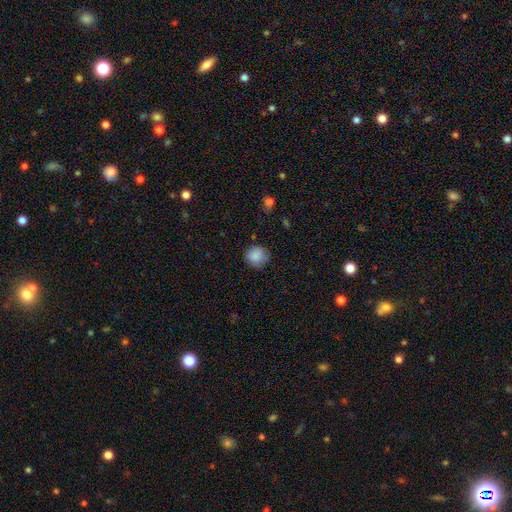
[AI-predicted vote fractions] Smooth or featured?
  - smooth: 86% *
  - star or artifact: 8%
  - featured or disk: 6%
How rounded?
  - round: 91% *
  - in between: 9%
  - cigar-shaped: 1%
Merging?
  - none: 78% *
  - minor disturbance: 18%
  - major disturbance: 3%
  - merger: 1%